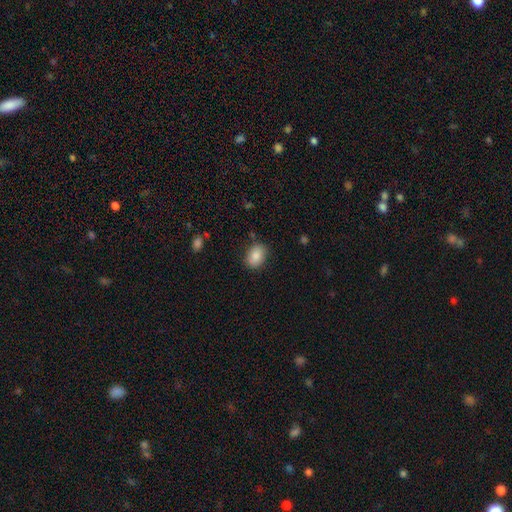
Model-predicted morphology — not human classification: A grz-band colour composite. It shows a smooth galaxy with no disk features (87%) that is in between round and cigar-shaped (77%). Merging: none (84%).